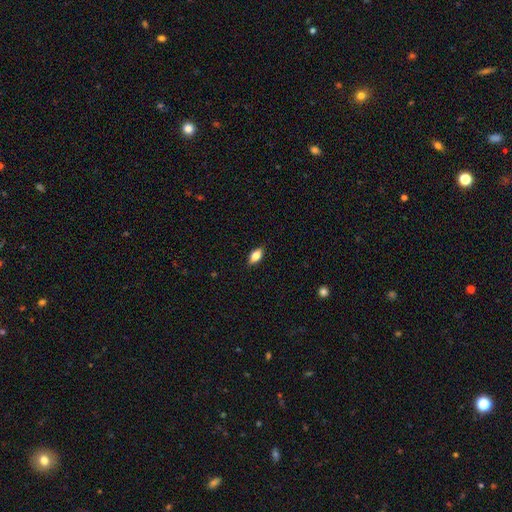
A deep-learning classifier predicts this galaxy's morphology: smooth-or-featured: smooth: 77% | featured or disk: 15% | star or artifact: 8%
  how-rounded: in between: 86% | cigar-shaped: 9% | round: 5%
  merging: none: 87% | minor disturbance: 10% | major disturbance: 2% | merger: 1%